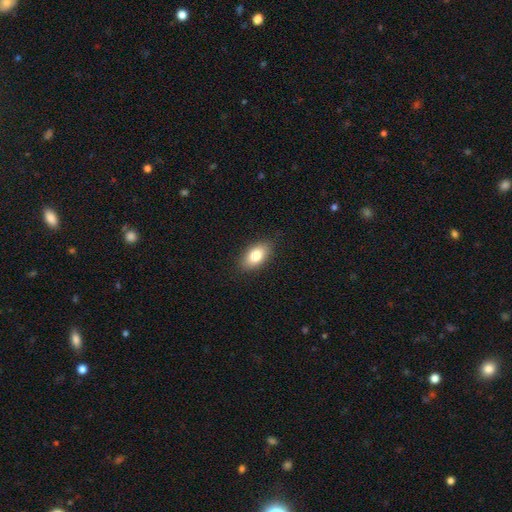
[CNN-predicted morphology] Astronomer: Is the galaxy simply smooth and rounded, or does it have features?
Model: smooth — 81%.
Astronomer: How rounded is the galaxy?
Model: in between — 91%.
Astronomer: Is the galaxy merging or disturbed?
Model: none — 87%.